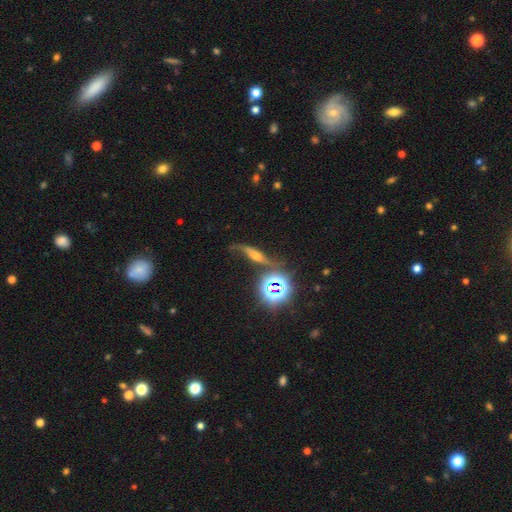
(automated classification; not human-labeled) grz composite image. It shows a featured or disk galaxy (55%) viewed edge-on (55%). Merging: none (58%).